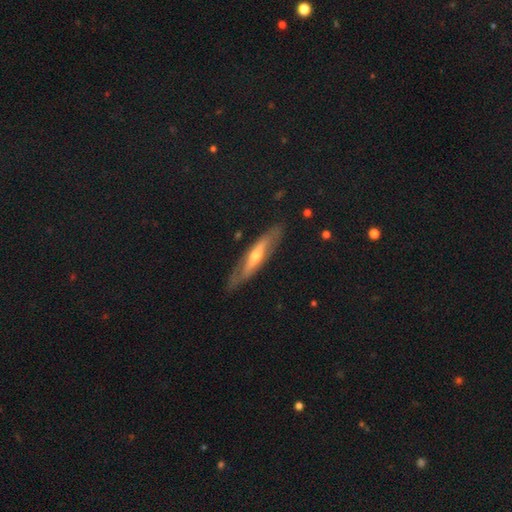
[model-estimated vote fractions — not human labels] featured or disk 70%, smooth 24%, star or artifact 6%. Down the decision tree: edge-on disk — yes (67%); merging — none (78%).